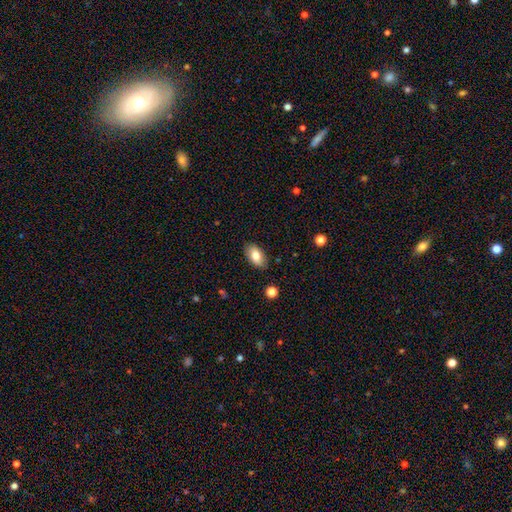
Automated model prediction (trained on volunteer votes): smooth 79%, featured or disk 14%, star or artifact 7%. Down the decision tree: how rounded — in between (92%); merging — none (86%).